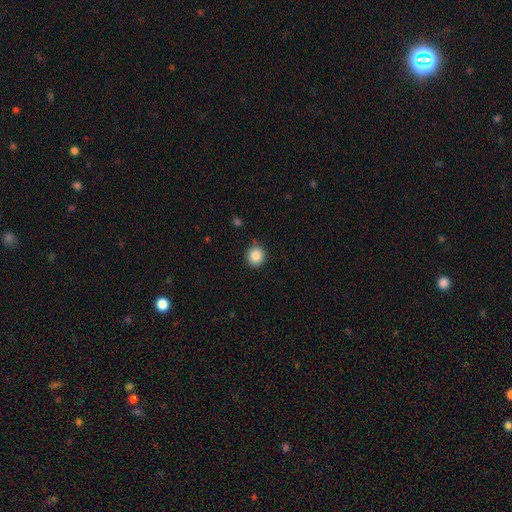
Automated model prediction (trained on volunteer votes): smooth-or-featured: smooth: 87% | star or artifact: 9% | featured or disk: 4%
  how-rounded: round: 90% | in between: 9% | cigar-shaped: 1%
  merging: none: 88% | minor disturbance: 8% | major disturbance: 2% | merger: 2%